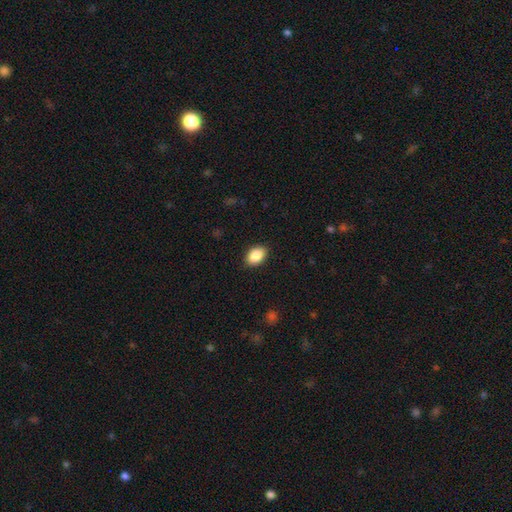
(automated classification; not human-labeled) A smooth galaxy with no disk features (89%) that is in between round and cigar-shaped (87%). Merging: none (89%).